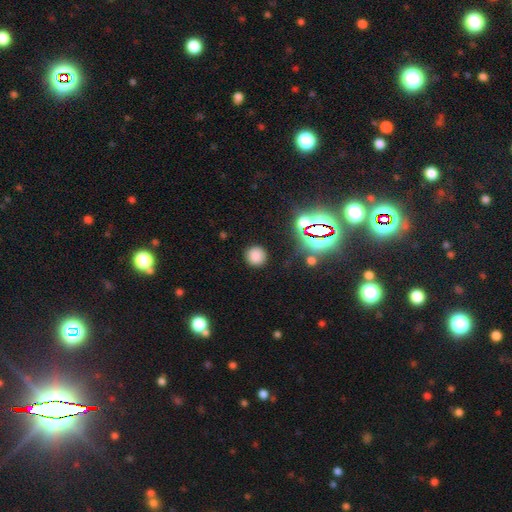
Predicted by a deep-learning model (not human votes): smooth 78%, star or artifact 17%, featured or disk 5%. Down the decision tree: how rounded — round (92%); merging — none (88%).